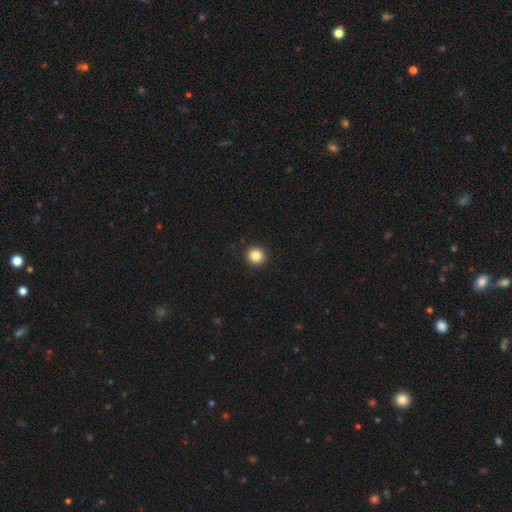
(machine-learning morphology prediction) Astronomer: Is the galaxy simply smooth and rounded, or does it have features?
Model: smooth — 85%.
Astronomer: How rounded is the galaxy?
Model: round — 94%.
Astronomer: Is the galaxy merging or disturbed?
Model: none — 93%.